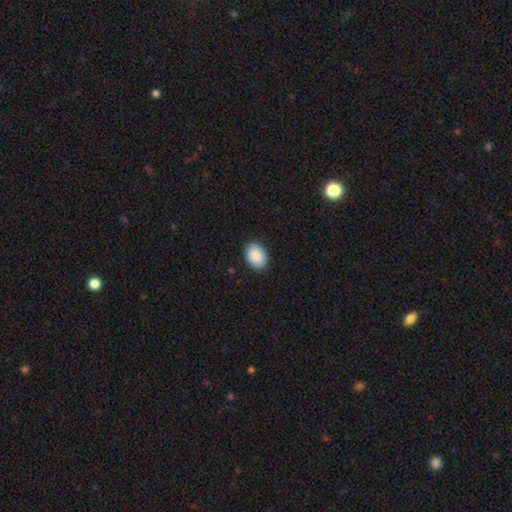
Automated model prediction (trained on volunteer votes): Q: Smooth or featured?
A: smooth (90%); runner-up: star or artifact (6%)
Q: How rounded?
A: in between (83%); runner-up: round (16%)
Q: Merging?
A: none (89%); runner-up: minor disturbance (8%)